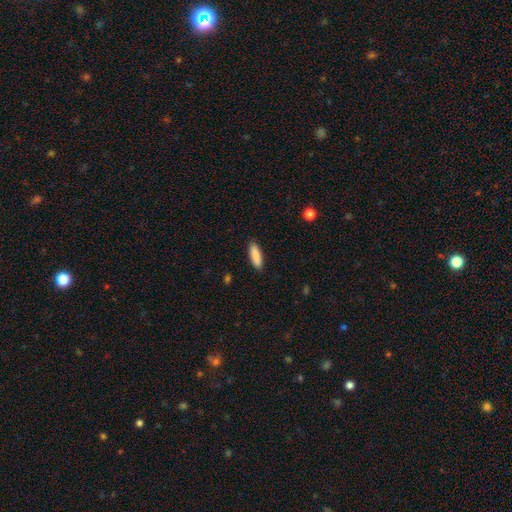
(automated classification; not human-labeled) A smooth galaxy with no disk features (89%) that is cigar-shaped (55%). Merging: none (90%).